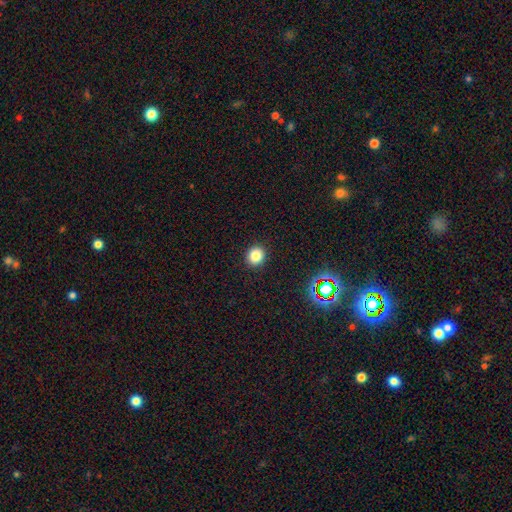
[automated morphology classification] smooth 83%, star or artifact 13%, featured or disk 4%. Down the decision tree: how rounded — round (82%); merging — none (92%).